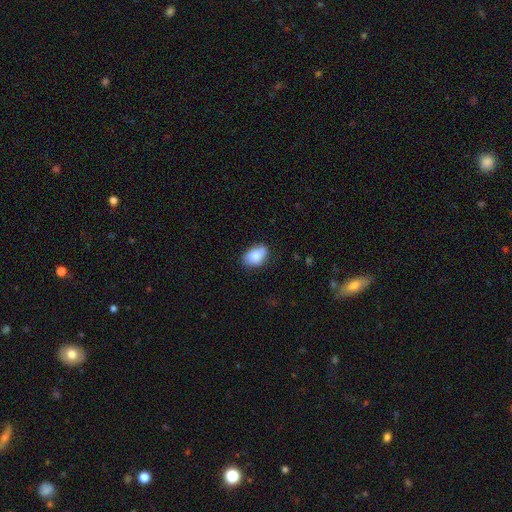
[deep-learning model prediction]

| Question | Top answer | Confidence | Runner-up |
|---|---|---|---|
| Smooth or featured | smooth | 80% | featured or disk (13%) |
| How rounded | in between | 85% | round (14%) |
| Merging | none | 69% | minor disturbance (23%) |